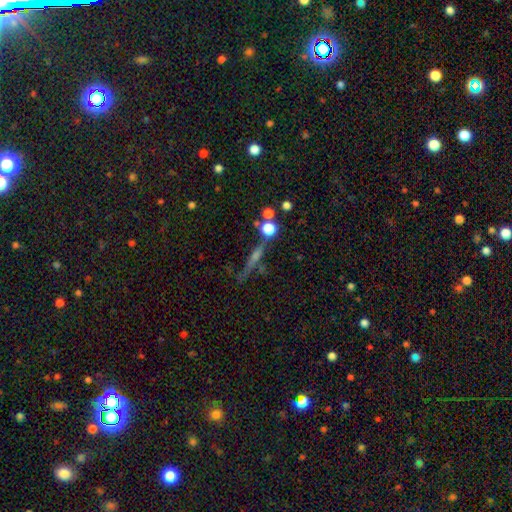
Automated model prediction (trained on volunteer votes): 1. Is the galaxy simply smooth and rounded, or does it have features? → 47% featured or disk, 27% smooth, 26% star or artifact.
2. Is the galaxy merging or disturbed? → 67% none, 13% minor disturbance, 10% merger, 9% major disturbance.